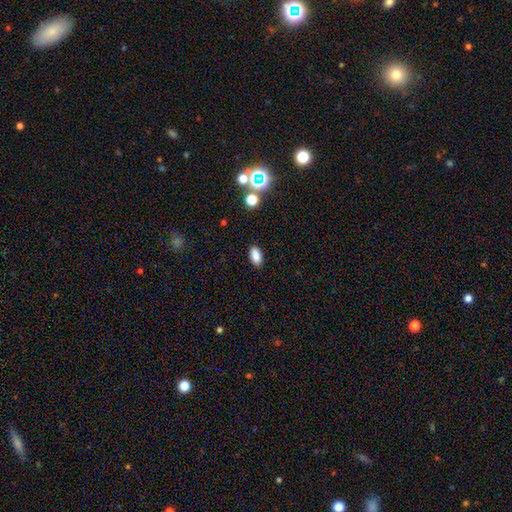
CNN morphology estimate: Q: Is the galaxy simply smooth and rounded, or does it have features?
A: smooth — 85%.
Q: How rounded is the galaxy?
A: in between — 91%.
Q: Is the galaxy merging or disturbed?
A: none — 88%.